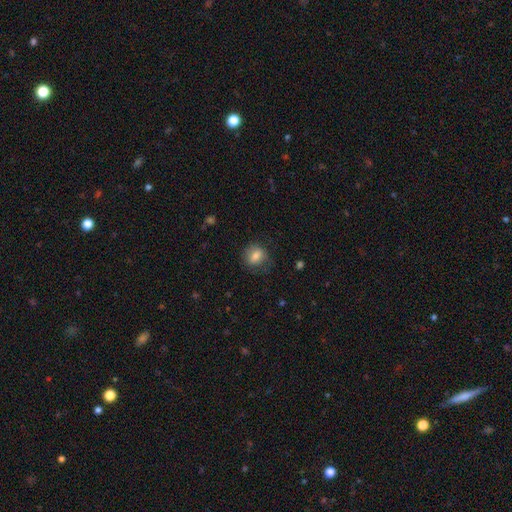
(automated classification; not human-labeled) Smooth or featured? smooth (78%)
How rounded? round (59%)
Merging? none (70%)